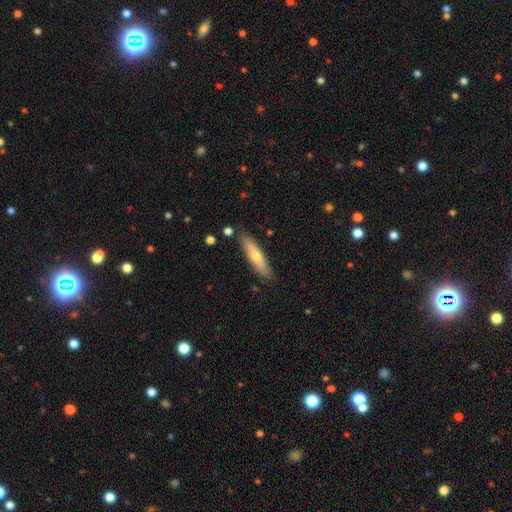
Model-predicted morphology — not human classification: Smooth or featured: smooth — 57% (featured or disk — 37%)
How rounded: cigar-shaped — 75% (in between — 24%)
Merging: none — 83% (minor disturbance — 12%)